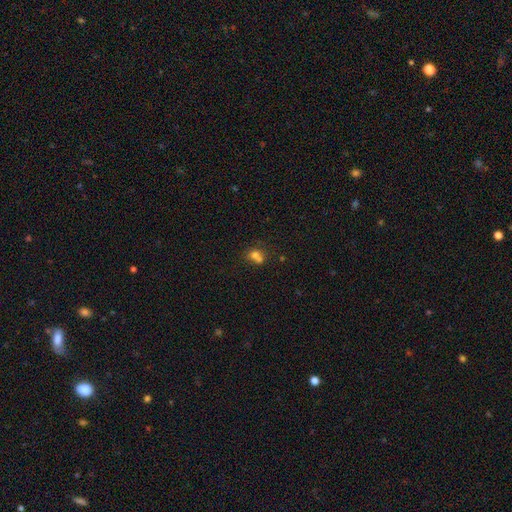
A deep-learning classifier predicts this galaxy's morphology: type=smooth (69%); roundness=round (63%); merging=merger (55%).